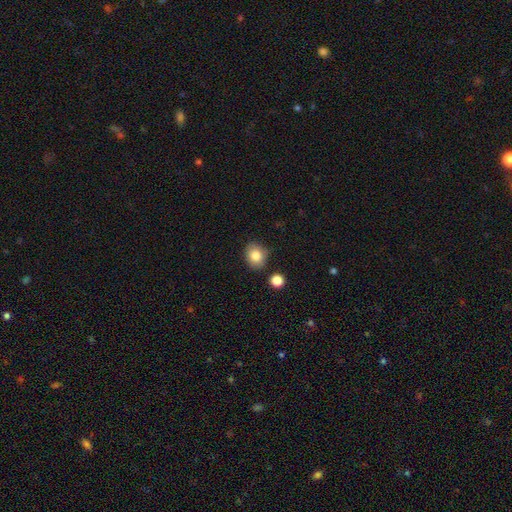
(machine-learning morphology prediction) Smooth or featured: smooth — 82% (star or artifact — 9%)
How rounded: round — 63% (in between — 36%)
Merging: none — 82% (minor disturbance — 12%)